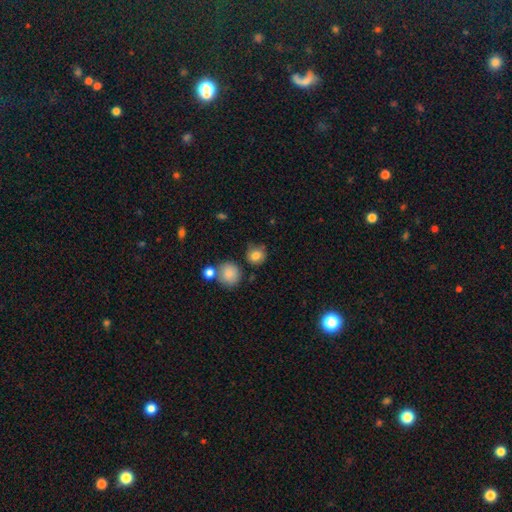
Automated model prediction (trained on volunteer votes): smooth 82%, star or artifact 10%, featured or disk 8%. Down the decision tree: how rounded — round (82%); merging — none (68%).